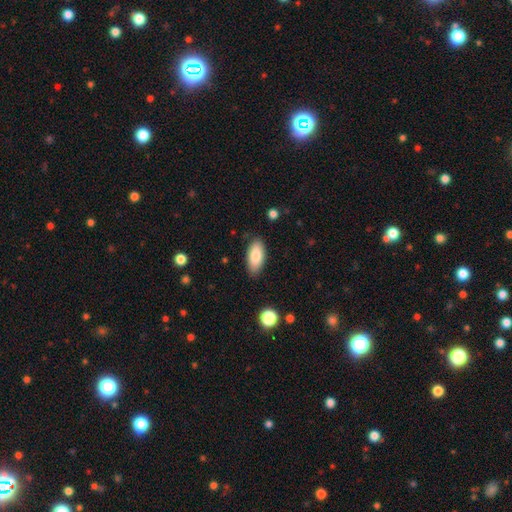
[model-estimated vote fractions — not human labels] Smooth or featured: smooth — 84% (featured or disk — 9%)
How rounded: in between — 88% (cigar-shaped — 10%)
Merging: none — 85% (minor disturbance — 11%)